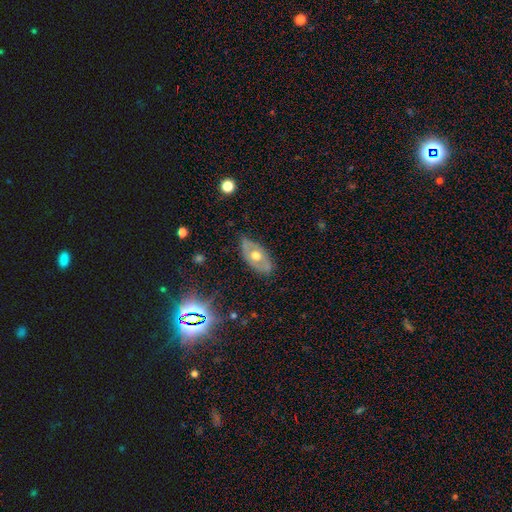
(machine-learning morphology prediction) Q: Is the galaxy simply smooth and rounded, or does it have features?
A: featured or disk — 56%.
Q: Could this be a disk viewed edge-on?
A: no — 82%.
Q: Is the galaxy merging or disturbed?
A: none — 74%.